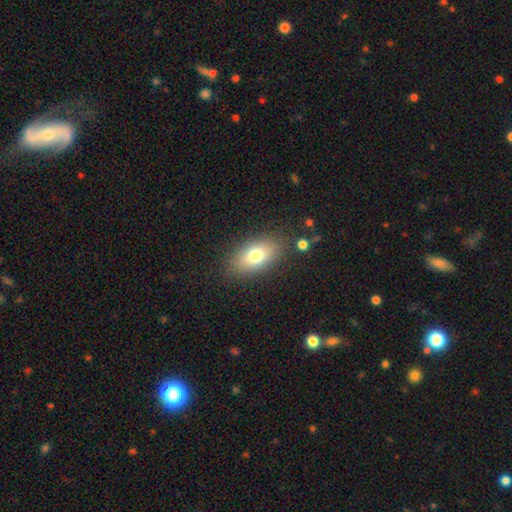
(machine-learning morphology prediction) A smooth galaxy with no disk features (75%) that is in between round and cigar-shaped (88%). Merging: none (84%).